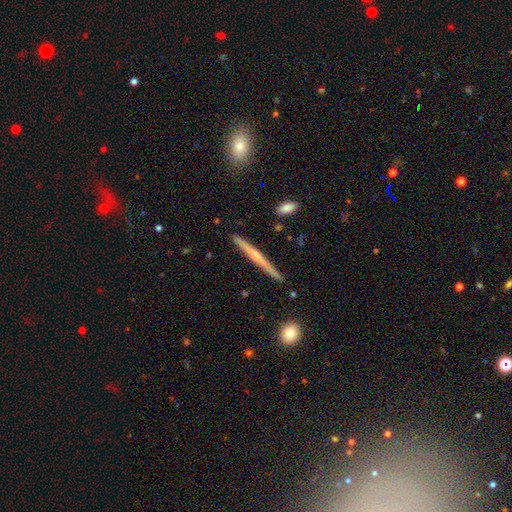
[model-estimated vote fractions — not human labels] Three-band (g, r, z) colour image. It shows a featured or disk galaxy (64%) viewed edge-on (98%) with a rounded central bulge (56%). Merging: none (90%).